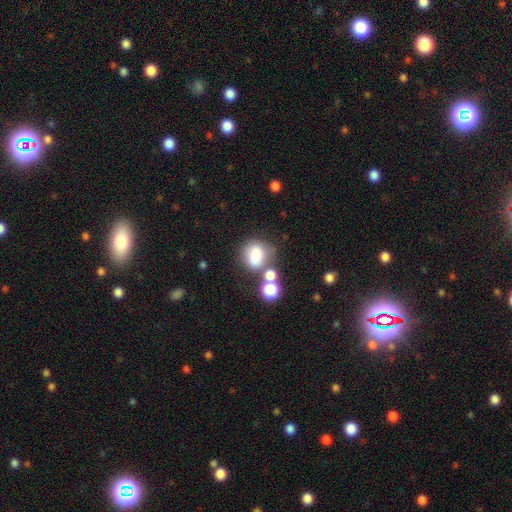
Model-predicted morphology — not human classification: This appears to be a smooth galaxy with no disk features (76%) that is round (54%). Merging: none (50%).